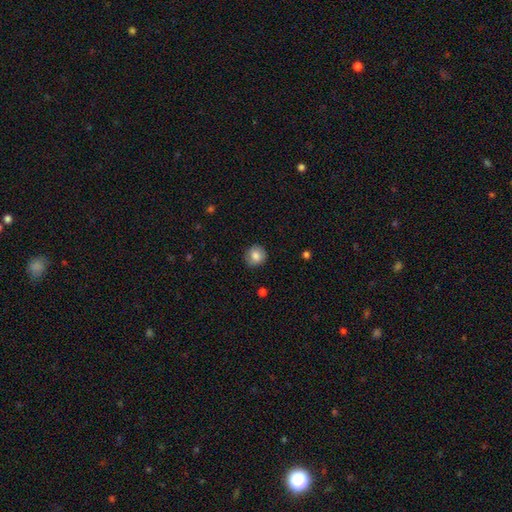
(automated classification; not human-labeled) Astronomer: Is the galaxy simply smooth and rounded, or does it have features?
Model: smooth — 81%.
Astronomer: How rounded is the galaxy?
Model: round — 88%.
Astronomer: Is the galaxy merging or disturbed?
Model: none — 86%.